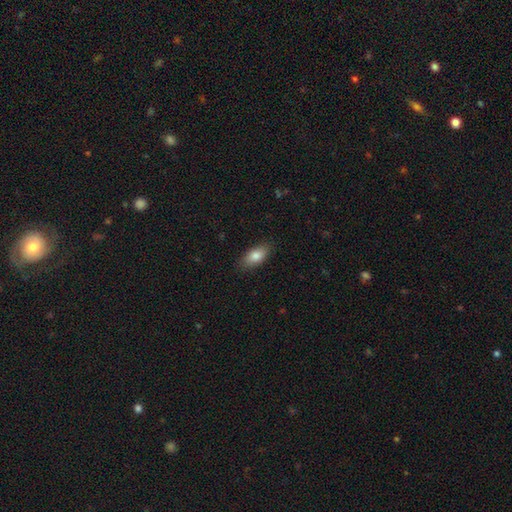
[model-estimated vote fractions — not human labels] A smooth galaxy with no disk features (83%) that is in between round and cigar-shaped (88%).

Vote fractions:
- Smooth or featured? smooth: 83% / featured or disk: 11% / star or artifact: 7%
- How rounded? in between: 88% / cigar-shaped: 8% / round: 3%
- Merging? none: 86% / minor disturbance: 11% / major disturbance: 2% / merger: 1%